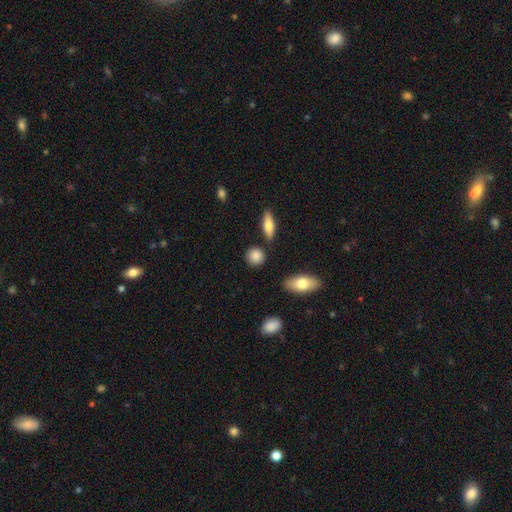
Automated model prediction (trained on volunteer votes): This appears to be a smooth galaxy with no disk features (86%) that is round (82%). Merging: none (84%).